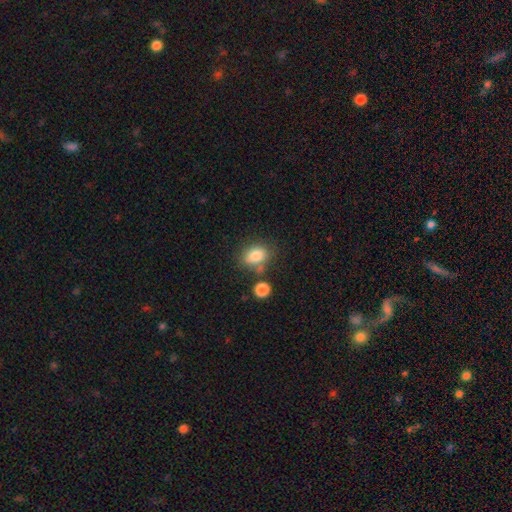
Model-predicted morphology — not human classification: Smooth or featured? Predicted: smooth (p=0.82). How rounded? Predicted: in between (p=0.64). Merging? Predicted: none (p=0.63).